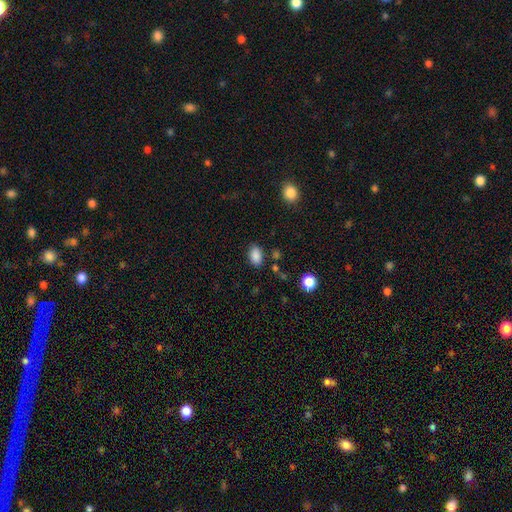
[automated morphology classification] Overall: smooth (86%). How rounded: in between (86%). Merging: none (82%).